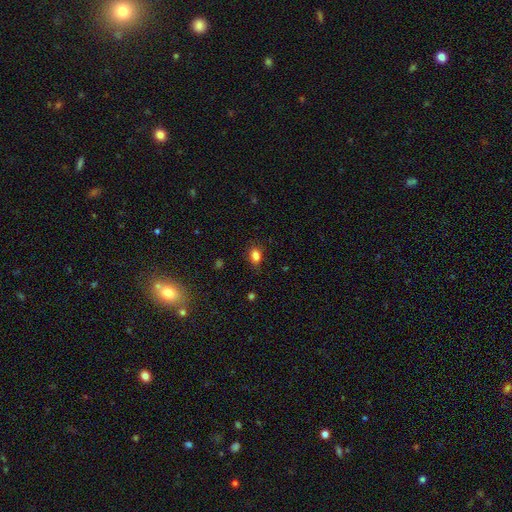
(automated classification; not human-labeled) Q: Smooth or featured?
A: smooth (83%); runner-up: star or artifact (11%)
Q: How rounded?
A: in between (79%); runner-up: round (18%)
Q: Merging?
A: none (73%); runner-up: minor disturbance (21%)